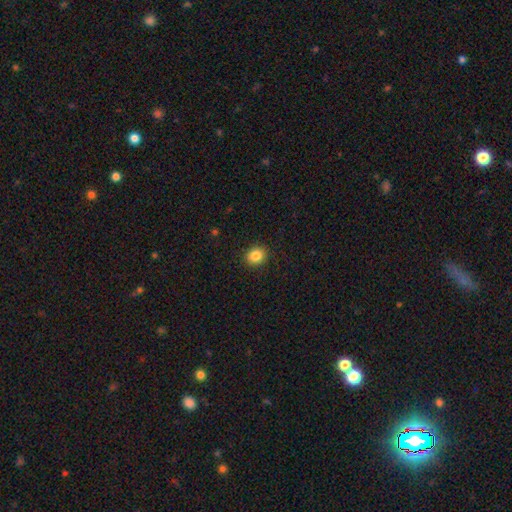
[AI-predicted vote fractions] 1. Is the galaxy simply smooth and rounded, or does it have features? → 85% smooth, 10% star or artifact, 5% featured or disk.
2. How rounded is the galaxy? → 73% round, 26% in between, 1% cigar-shaped.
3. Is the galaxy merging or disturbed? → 91% none, 6% minor disturbance, 2% major disturbance, 1% merger.